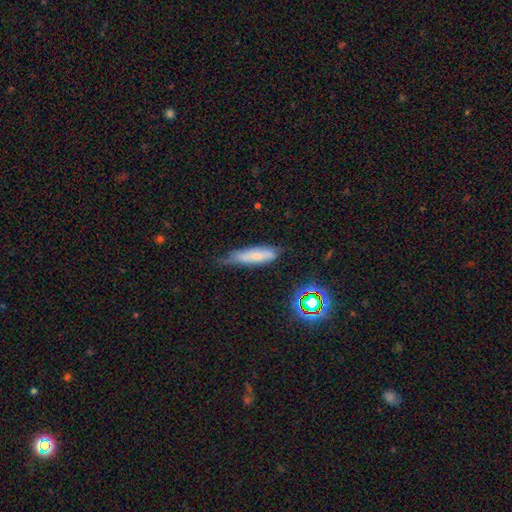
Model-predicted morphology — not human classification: Smooth or featured? smooth (64%)
How rounded? cigar-shaped (72%)
Merging? none (52%)